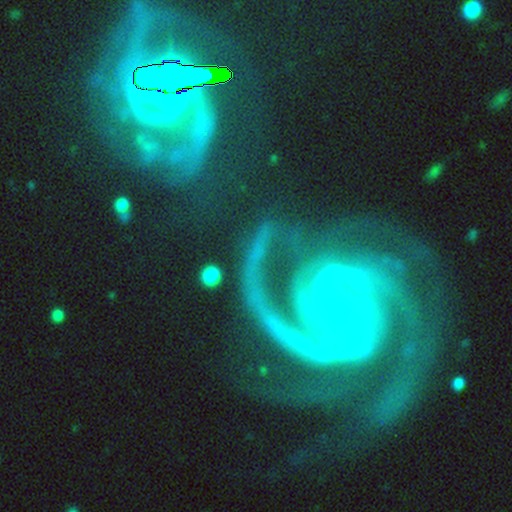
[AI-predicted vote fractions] This is clearly a featured or disk galaxy (88%). It is clearly not viewed edge-on (98%). Bar: marginally strong (41%). Spiral arm pattern: clearly yes (98%). Spiral arm count: possibly 2 (53%). Spiral winding: possibly medium (48%). Central bulge: likely small (70%). Merging: possibly none (55%).